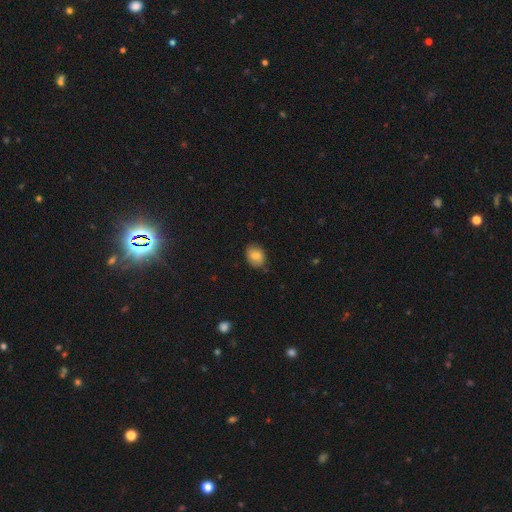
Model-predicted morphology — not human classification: Overall: smooth (80%). How rounded: in between (63%; round 36%). Merging: none (78%).